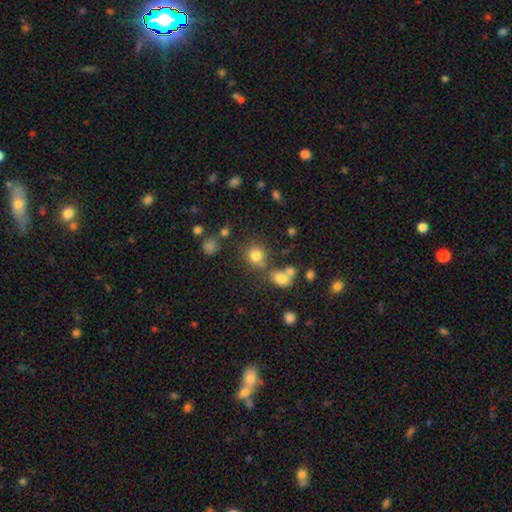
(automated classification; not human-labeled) Overall: smooth (78%). How rounded: round (84%). Merging: none (67%).